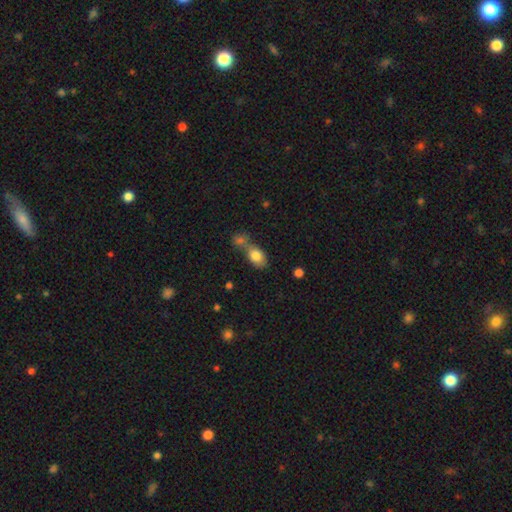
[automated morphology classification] smooth 82%, featured or disk 10%, star or artifact 8%. Down the decision tree: how rounded — in between (77%); merging — merger (49%).